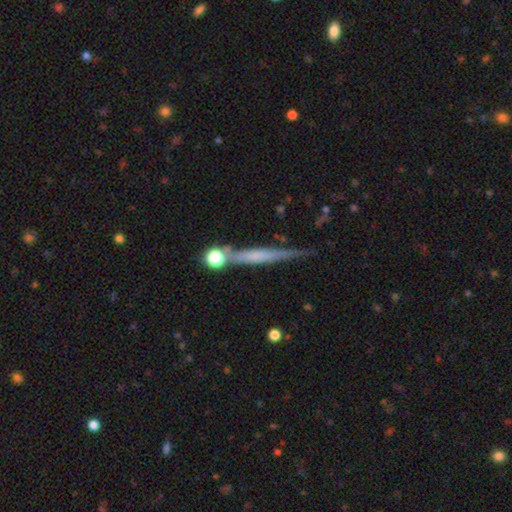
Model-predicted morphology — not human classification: featured or disk 58%, smooth 33%, star or artifact 9%. Down the decision tree: edge-on disk — yes (95%); edge-on bulge — none (61%); merging — none (77%).